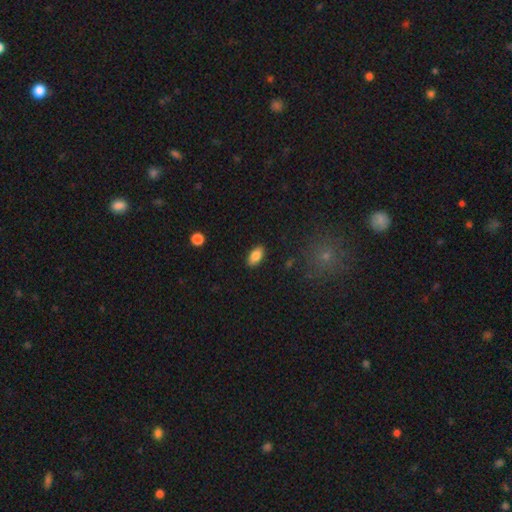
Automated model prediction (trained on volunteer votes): Morphology: type=smooth (84%); roundness=in between (92%); merging=none (88%).